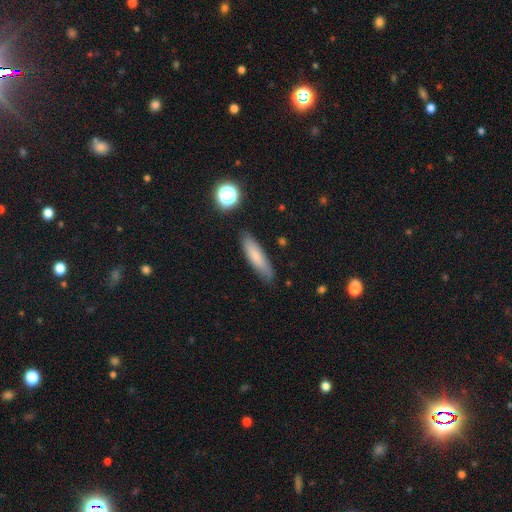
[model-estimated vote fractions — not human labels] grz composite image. It shows a smooth galaxy with no disk features (77%) that is cigar-shaped (72%). Merging: none (82%).